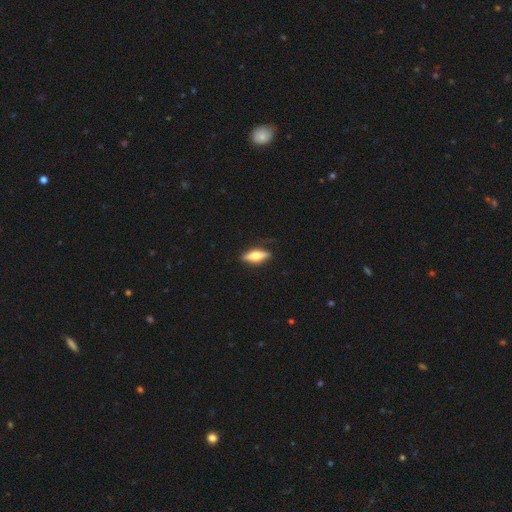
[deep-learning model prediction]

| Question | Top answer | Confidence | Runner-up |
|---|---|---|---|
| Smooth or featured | smooth | 51% | featured or disk (43%) |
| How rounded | cigar-shaped | 49% | tied: in between (49%) |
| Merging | none | 81% | minor disturbance (14%) |